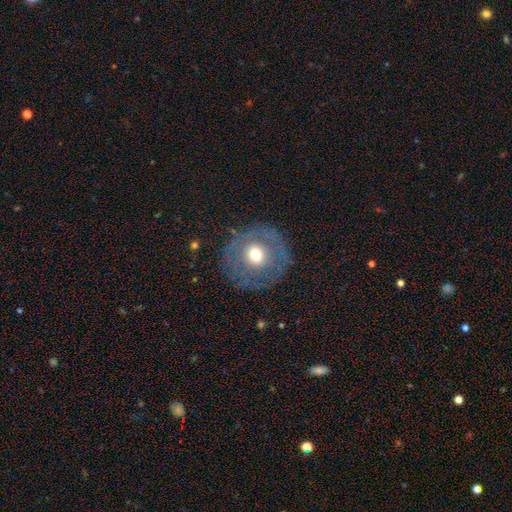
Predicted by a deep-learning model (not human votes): smooth 49%, featured or disk 41%, star or artifact 10%. Down the decision tree: merging — none (81%).